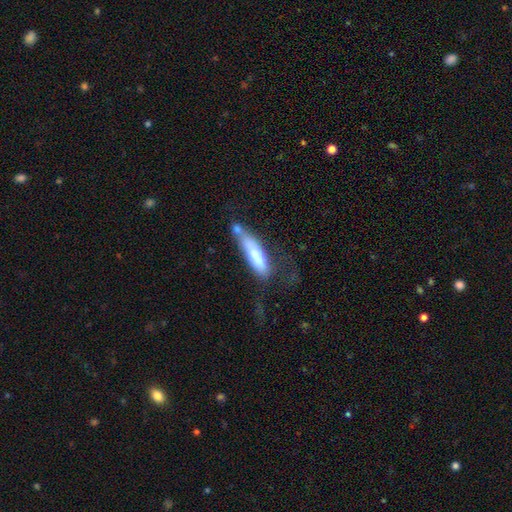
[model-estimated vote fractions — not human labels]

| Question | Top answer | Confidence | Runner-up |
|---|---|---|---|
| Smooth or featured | smooth | 65% | featured or disk (28%) |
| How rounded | cigar-shaped | 72% | in between (26%) |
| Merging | none | 32% | minor disturbance (25%) |